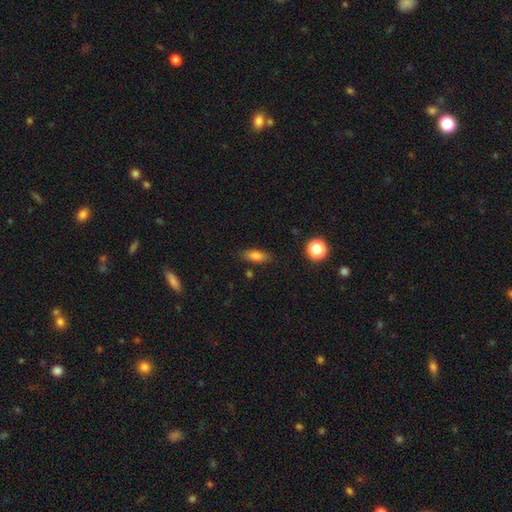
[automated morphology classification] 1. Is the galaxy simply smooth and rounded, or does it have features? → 79% smooth, 11% featured or disk, 10% star or artifact.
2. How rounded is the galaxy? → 72% in between, 23% cigar-shaped, 5% round.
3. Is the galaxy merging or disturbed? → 82% none, 13% minor disturbance, 3% major disturbance, 2% merger.